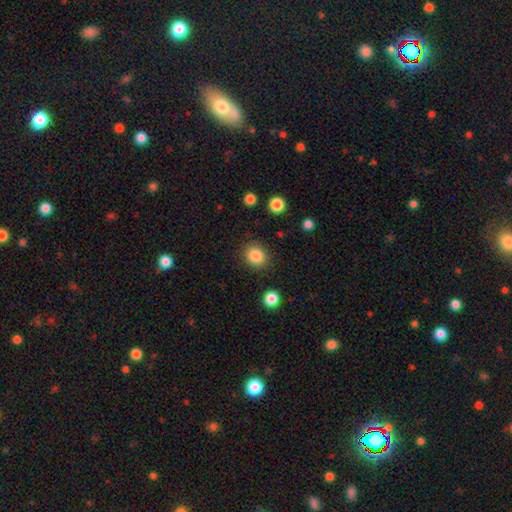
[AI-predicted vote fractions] Smooth or featured: smooth — 85% (star or artifact — 10%)
How rounded: round — 80% (in between — 19%)
Merging: none — 86% (minor disturbance — 9%)